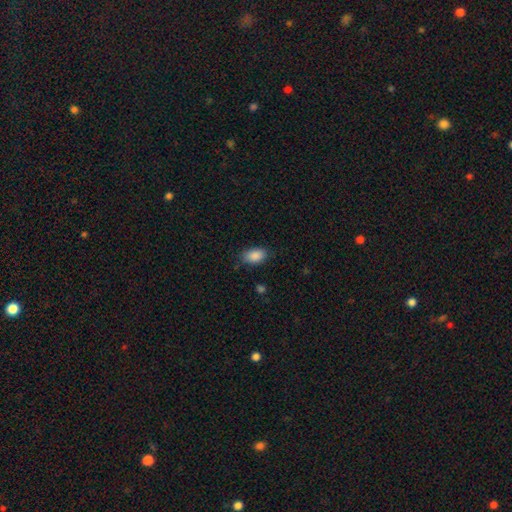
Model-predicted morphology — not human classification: smooth 89%, star or artifact 7%, featured or disk 4%. Down the decision tree: how rounded — in between (90%); merging — none (80%).